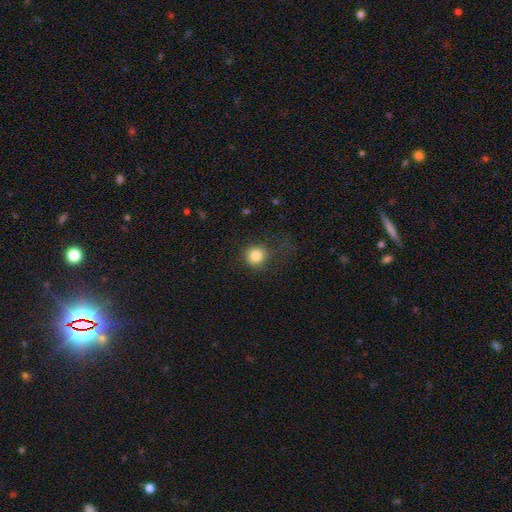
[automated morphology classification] The model was most divided on "merging": none: 70%, minor disturbance: 17%, major disturbance: 12%, merger: 2%. More confident: how rounded — round (91%); smooth or featured — smooth (83%).